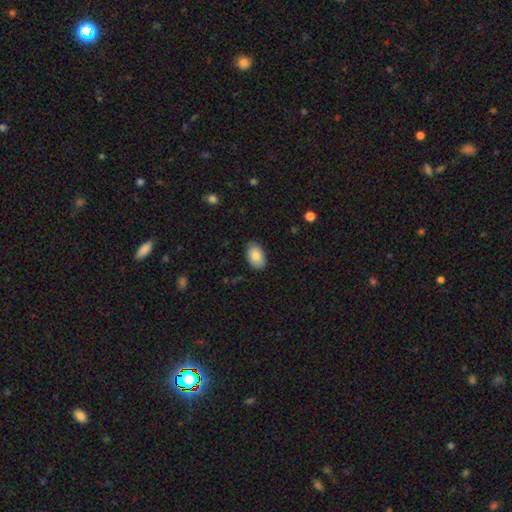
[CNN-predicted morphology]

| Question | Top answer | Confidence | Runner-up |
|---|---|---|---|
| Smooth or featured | smooth | 86% | featured or disk (7%) |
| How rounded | in between | 91% | round (8%) |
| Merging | none | 85% | minor disturbance (12%) |